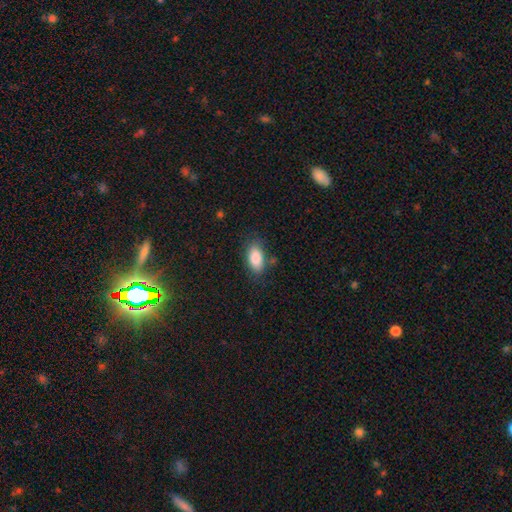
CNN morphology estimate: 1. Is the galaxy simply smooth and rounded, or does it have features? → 85% smooth, 8% star or artifact, 7% featured or disk.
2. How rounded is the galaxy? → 90% in between, 7% cigar-shaped, 4% round.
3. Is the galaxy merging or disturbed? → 79% none, 14% minor disturbance, 4% major disturbance, 3% merger.